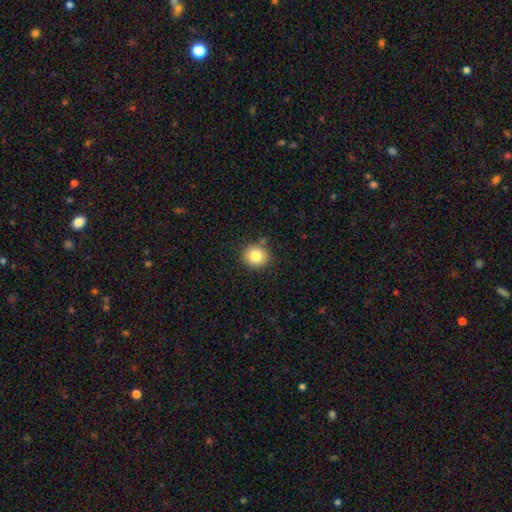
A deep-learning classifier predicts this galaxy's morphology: The model was most divided on "how rounded": round: 82%, in between: 17%, cigar-shaped: 1%. More confident: merging — none (85%); smooth or featured — smooth (81%).